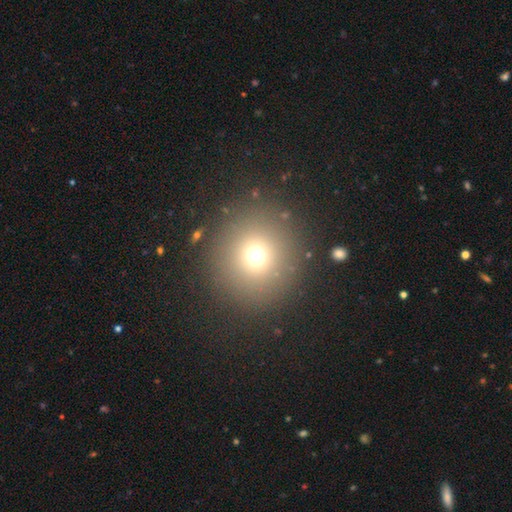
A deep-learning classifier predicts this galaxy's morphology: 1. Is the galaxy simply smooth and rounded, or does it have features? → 69% smooth, 22% star or artifact, 9% featured or disk.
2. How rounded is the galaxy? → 94% round, 5% in between, 1% cigar-shaped.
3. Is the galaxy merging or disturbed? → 87% none, 6% minor disturbance, 4% major disturbance, 3% merger.